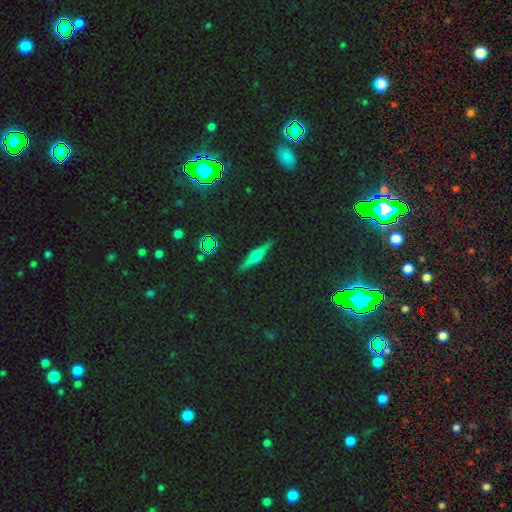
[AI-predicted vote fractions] smooth-or-featured: featured or disk: 56% | smooth: 27% | star or artifact: 17%
  disk-edge-on: yes: 94% | no: 6%
    edge-on-bulge: rounded: 84% | boxy: 10% | none: 6%
  merging: none: 90% | minor disturbance: 7% | major disturbance: 2% | merger: 1%